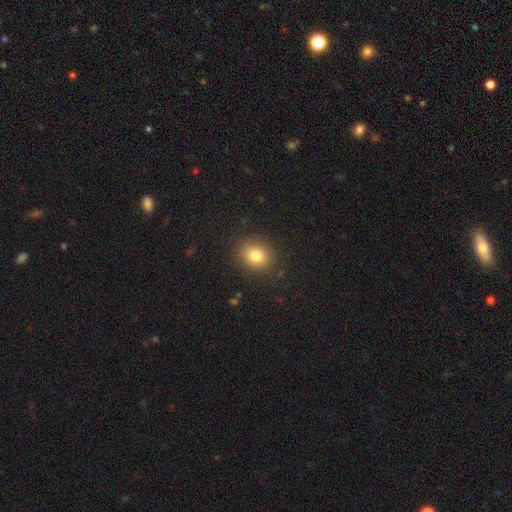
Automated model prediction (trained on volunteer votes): smooth-or-featured: smooth: 81% | star or artifact: 11% | featured or disk: 8%
  how-rounded: round: 60% | in between: 39% | cigar-shaped: 1%
  merging: none: 87% | minor disturbance: 9% | major disturbance: 3% | merger: 1%